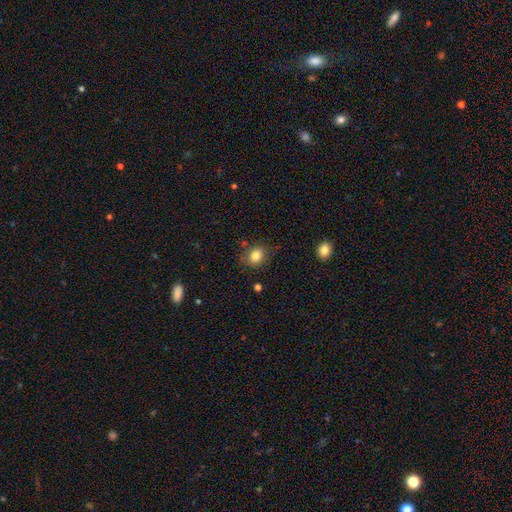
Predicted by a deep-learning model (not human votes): Overall: smooth (83%). How rounded: round (55%; in between 44%). Merging: none (78%).